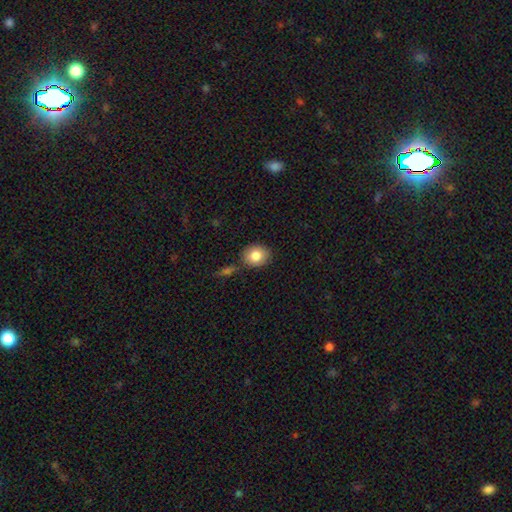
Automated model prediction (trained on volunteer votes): Q: Smooth or featured?
A: smooth (83%); runner-up: featured or disk (8%)
Q: How rounded?
A: round (66%); runner-up: in between (33%)
Q: Merging?
A: none (81%); runner-up: minor disturbance (11%)